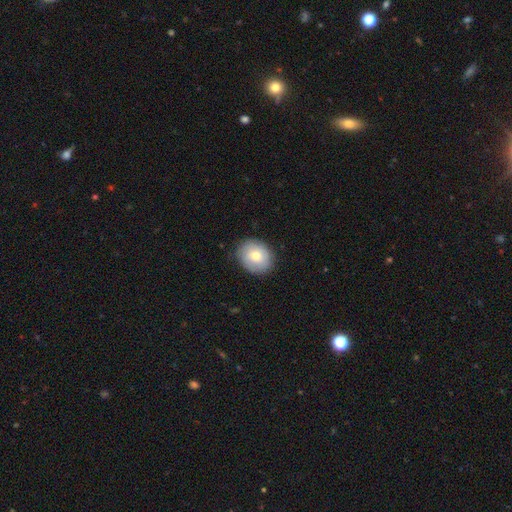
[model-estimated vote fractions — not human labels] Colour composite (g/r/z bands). It shows a smooth galaxy with no disk features (68%) that is round (66%). Merging: none (82%).